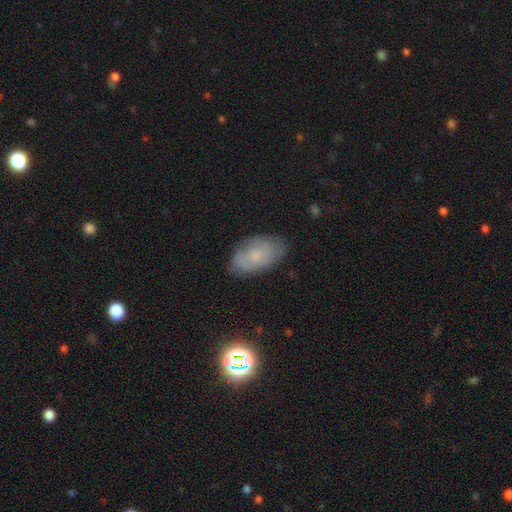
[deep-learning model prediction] This appears to be a smooth galaxy with no disk features (65%) that is in between round and cigar-shaped (93%). Merging: none (78%).